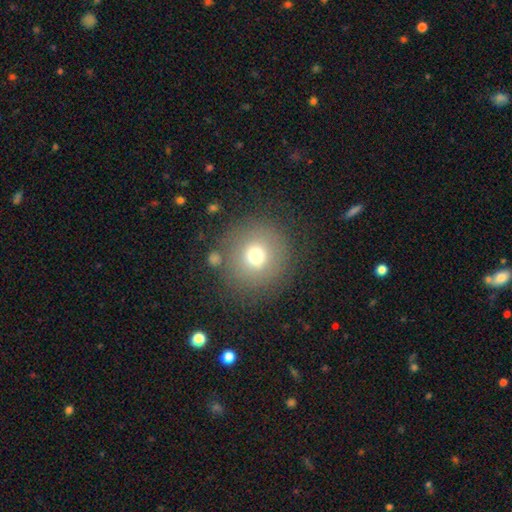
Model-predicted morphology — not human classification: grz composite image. It shows a smooth galaxy with no disk features (70%) that is round (93%). Merging: none (80%).